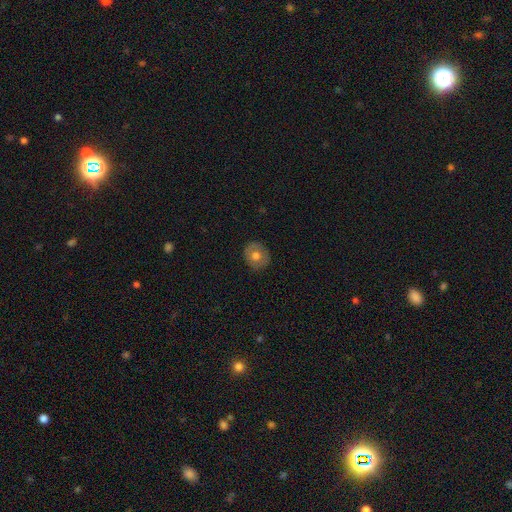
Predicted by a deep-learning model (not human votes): smooth-or-featured: smooth: 64% | featured or disk: 27% | star or artifact: 8%
  how-rounded: round: 78% | in between: 21% | cigar-shaped: 1%
  merging: none: 85% | minor disturbance: 11% | major disturbance: 3% | merger: 1%